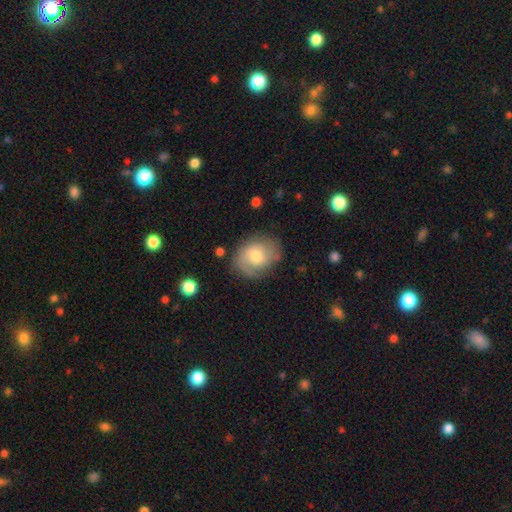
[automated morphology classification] Smooth or featured? featured or disk (50%)
Merging? none (68%)